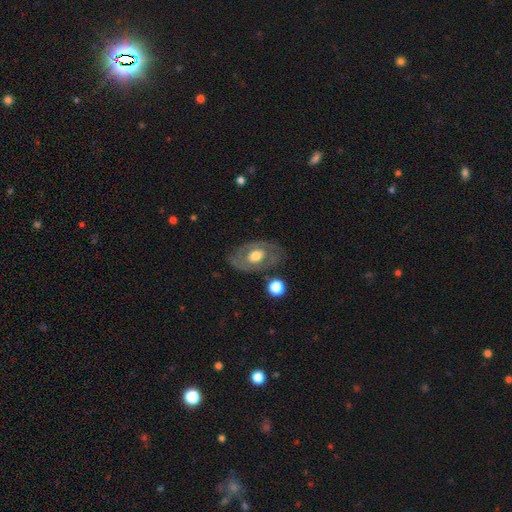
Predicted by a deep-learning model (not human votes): Q: Smooth or featured?
A: featured or disk (62%); runner-up: smooth (32%)
Q: Edge-on disk?
A: no (92%); runner-up: yes (8%)
Q: Bar?
A: no (79%); runner-up: weak (17%)
Q: Spiral arms?
A: no (61%); runner-up: yes (39%)
Q: Bulge size?
A: moderate (55%); runner-up: large (35%)
Q: Merging?
A: none (72%); runner-up: minor disturbance (17%)